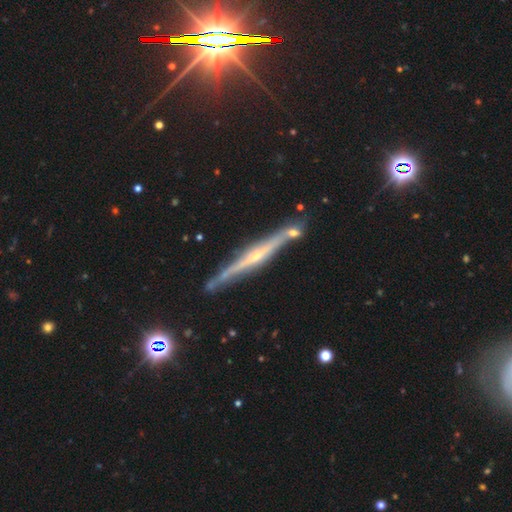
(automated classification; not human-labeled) A featured or disk galaxy (80%) viewed edge-on (97%) with a rounded central bulge (64%).

Vote fractions:
- Smooth or featured? featured or disk: 80% / smooth: 11% / star or artifact: 9%
- Edge-on disk? yes: 97% / no: 3%
- Edge-on bulge? rounded: 64% / none: 25% / boxy: 11%
- Merging? none: 83% / minor disturbance: 11% / merger: 4% / major disturbance: 2%